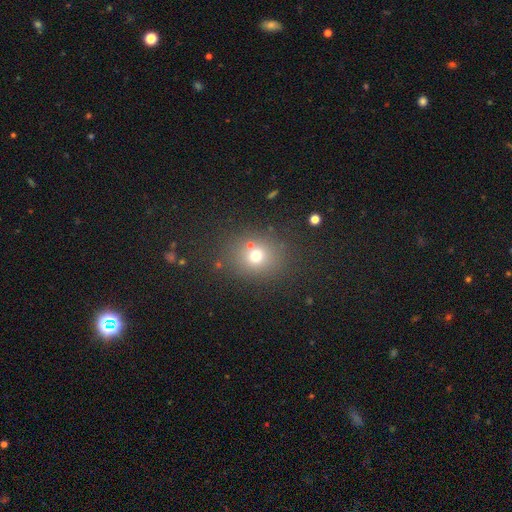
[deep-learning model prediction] Smooth or featured: smooth — 69% (star or artifact — 19%)
How rounded: round — 71% (in between — 28%)
Merging: none — 75% (minor disturbance — 11%)